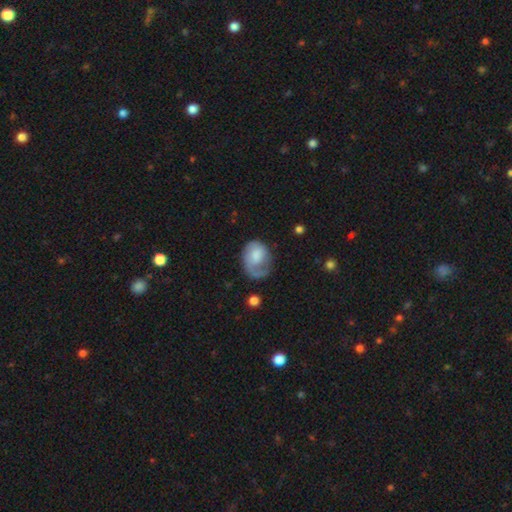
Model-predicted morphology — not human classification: smooth-or-featured: smooth: 56% | featured or disk: 37% | star or artifact: 7%
  how-rounded: in between: 61% | round: 38% | cigar-shaped: 1%
  merging: major disturbance: 35% | none: 34% | minor disturbance: 28% | merger: 3%